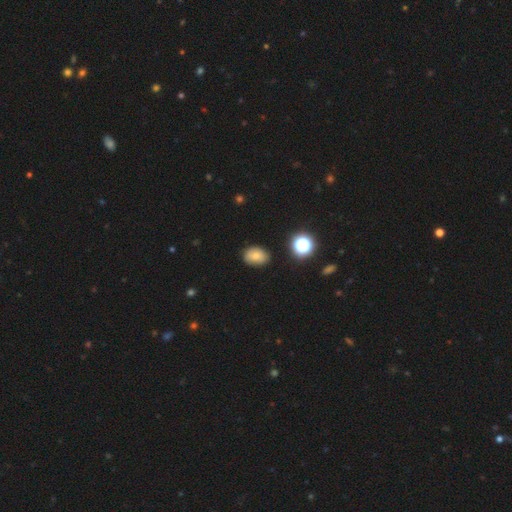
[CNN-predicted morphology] Smooth or featured? smooth (79%)
How rounded? in between (79%)
Merging? none (81%)